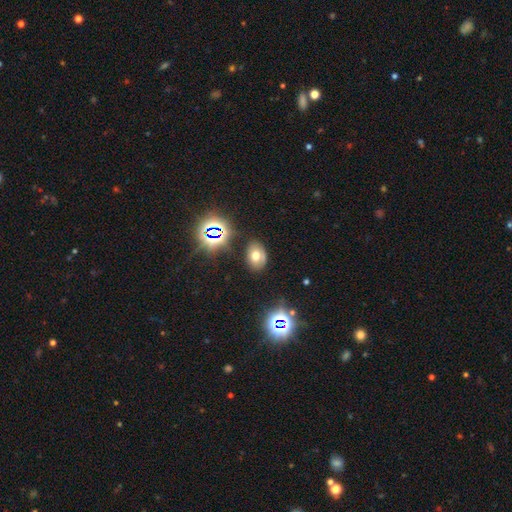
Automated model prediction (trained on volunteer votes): smooth-or-featured: smooth: 60% | star or artifact: 23% | featured or disk: 17%
  how-rounded: in between: 76% | round: 23% | cigar-shaped: 1%
  merging: none: 80% | minor disturbance: 13% | major disturbance: 4% | merger: 3%